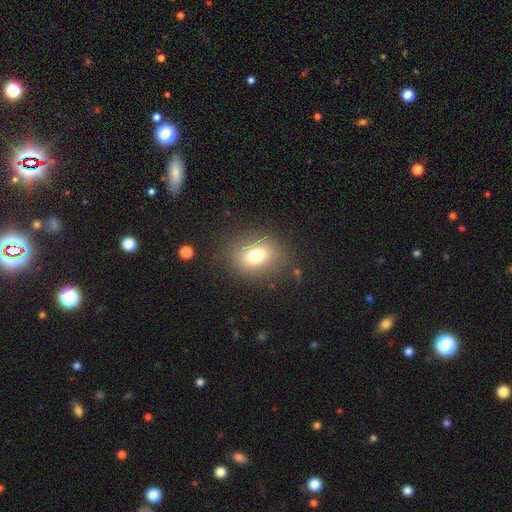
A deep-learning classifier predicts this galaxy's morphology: A smooth galaxy with no disk features (74%) that is in between round and cigar-shaped (61%). Merging: none (80%).